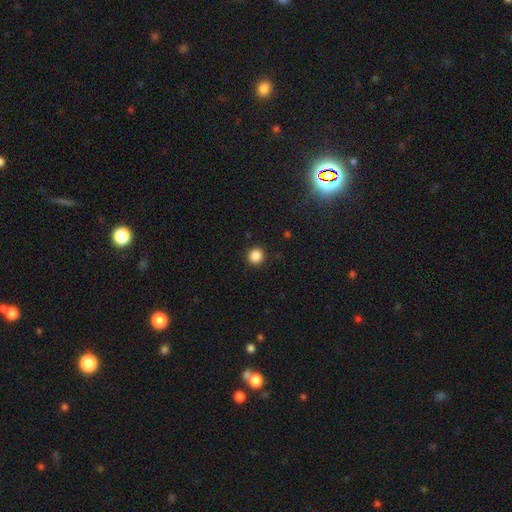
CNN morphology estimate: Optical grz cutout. It shows a smooth galaxy with no disk features (86%) that is round (94%). Merging: none (92%).